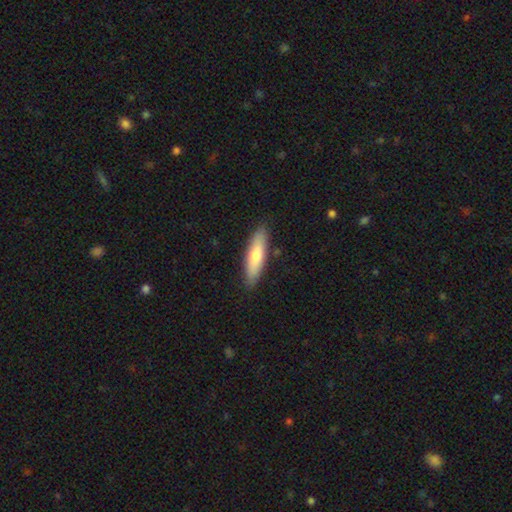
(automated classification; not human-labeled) Smooth or featured? Predicted: smooth (p=0.68). How rounded? Predicted: cigar-shaped (p=0.69). Merging? Predicted: none (p=0.88).